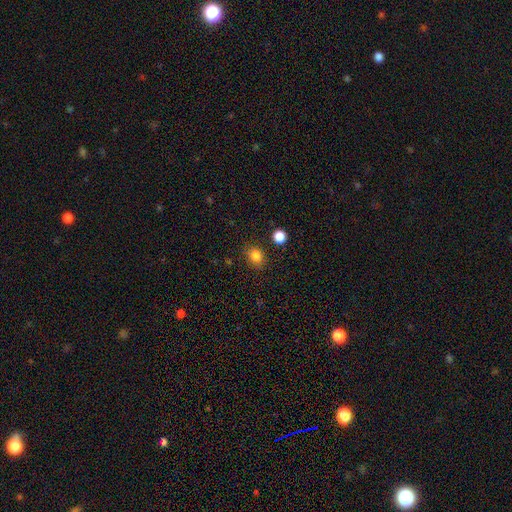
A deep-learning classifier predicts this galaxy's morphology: Smooth or featured? smooth (84%)
How rounded? round (59%)
Merging? none (83%)